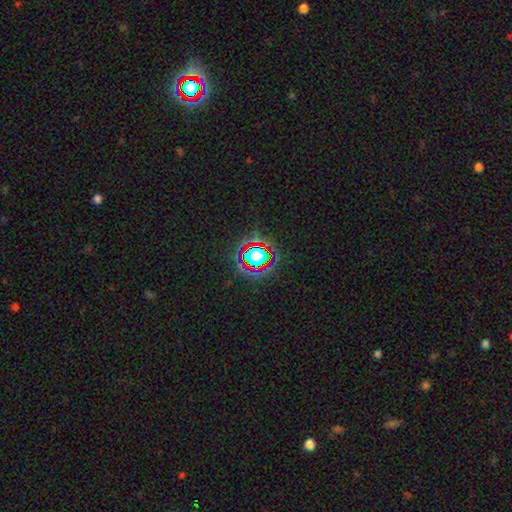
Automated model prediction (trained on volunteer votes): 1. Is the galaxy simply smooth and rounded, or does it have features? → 60% star or artifact, 27% smooth, 14% featured or disk.